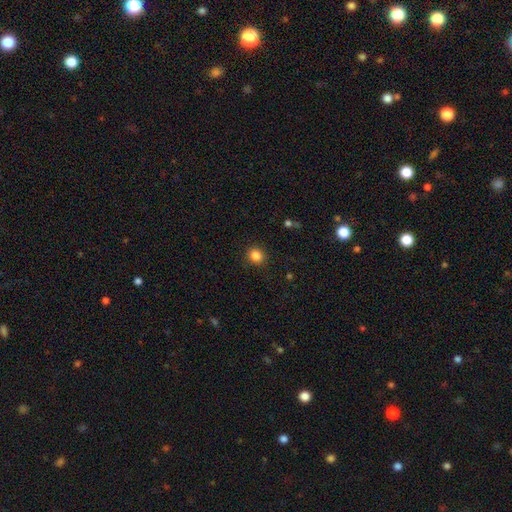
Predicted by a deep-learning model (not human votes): Smooth or featured? smooth (85%)
How rounded? round (83%)
Merging? none (90%)